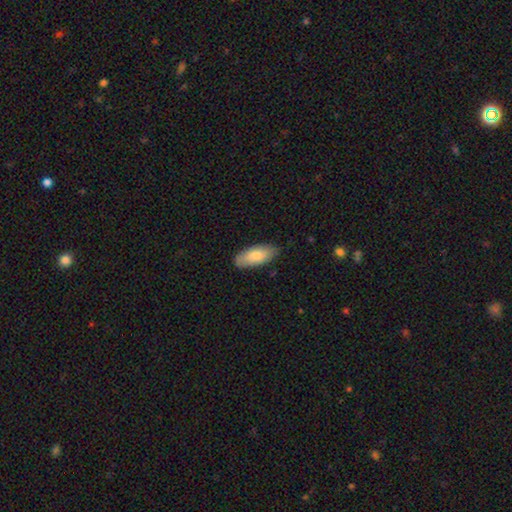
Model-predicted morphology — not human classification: Smooth or featured?
  - smooth: 82% *
  - featured or disk: 13%
  - star or artifact: 5%
How rounded?
  - in between: 86% *
  - cigar-shaped: 12%
  - round: 2%
Merging?
  - none: 81% *
  - minor disturbance: 16%
  - major disturbance: 3%
  - merger: 1%